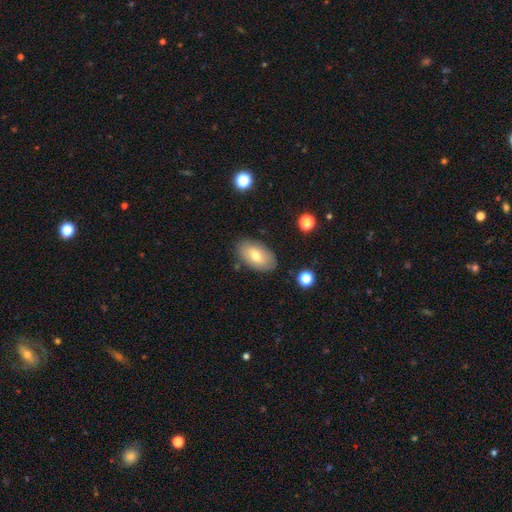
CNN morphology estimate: Smooth or featured: smooth — 69% (featured or disk — 24%)
How rounded: in between — 93% (round — 5%)
Merging: none — 84% (minor disturbance — 11%)